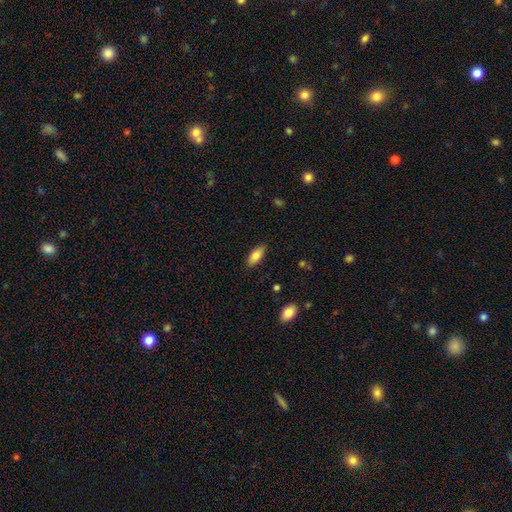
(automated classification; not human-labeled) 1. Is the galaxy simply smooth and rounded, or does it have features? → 81% smooth, 12% featured or disk, 7% star or artifact.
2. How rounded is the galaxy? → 82% in between, 16% cigar-shaped, 2% round.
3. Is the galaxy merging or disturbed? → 86% none, 10% minor disturbance, 2% major disturbance, 1% merger.